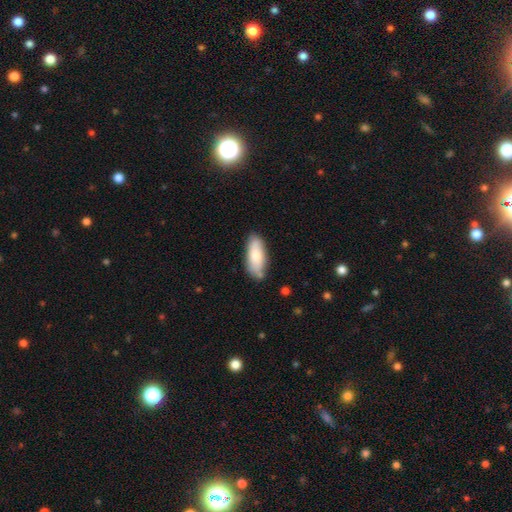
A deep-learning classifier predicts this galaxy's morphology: Smooth or featured? Predicted: smooth (p=0.79). How rounded? Predicted: in between (p=0.78). Merging? Predicted: none (p=0.75).